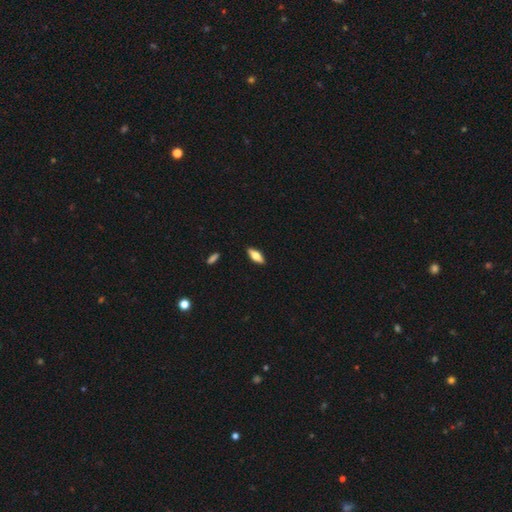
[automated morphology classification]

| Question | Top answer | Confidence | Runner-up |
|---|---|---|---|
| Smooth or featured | smooth | 62% | featured or disk (32%) |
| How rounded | in between | 66% | cigar-shaped (31%) |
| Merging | none | 89% | minor disturbance (8%) |